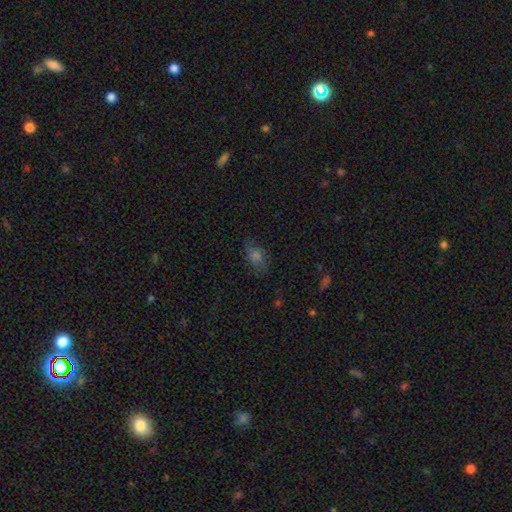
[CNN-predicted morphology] Smooth or featured: smooth — 64% (star or artifact — 21%)
How rounded: in between — 77% (round — 19%)
Merging: none — 71% (minor disturbance — 20%)